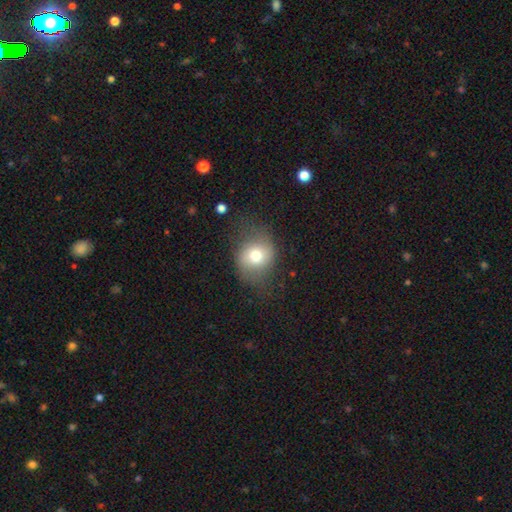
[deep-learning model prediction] Morphology: type=smooth (70%); roundness=round (69%); merging=none (60%).